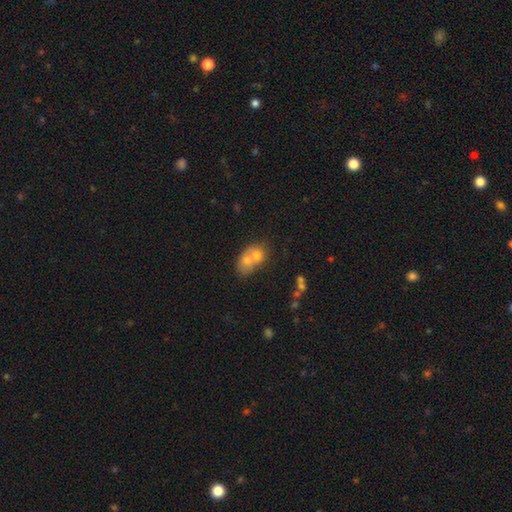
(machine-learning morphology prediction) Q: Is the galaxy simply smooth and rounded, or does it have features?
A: smooth — 59%.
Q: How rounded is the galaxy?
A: round — 49%, tied with in between.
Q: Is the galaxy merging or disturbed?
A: merger — 66%.